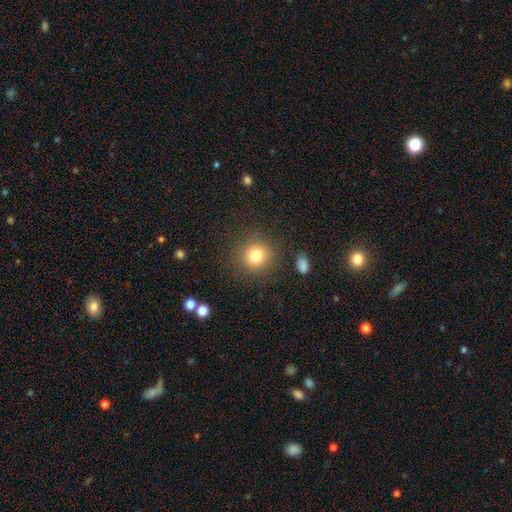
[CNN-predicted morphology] Q: Smooth or featured?
A: smooth (80%); runner-up: star or artifact (12%)
Q: How rounded?
A: round (90%); runner-up: in between (9%)
Q: Merging?
A: none (87%); runner-up: minor disturbance (8%)